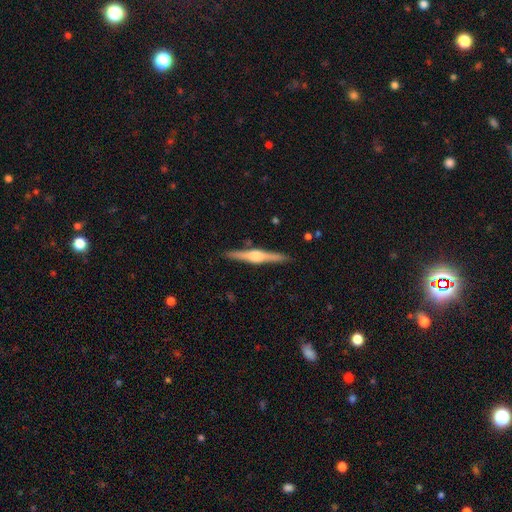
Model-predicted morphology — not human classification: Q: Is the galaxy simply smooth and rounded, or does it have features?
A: featured or disk — 78%.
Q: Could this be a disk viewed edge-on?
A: yes — 98%.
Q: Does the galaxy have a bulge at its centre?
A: rounded — 82%.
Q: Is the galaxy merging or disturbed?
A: none — 91%.